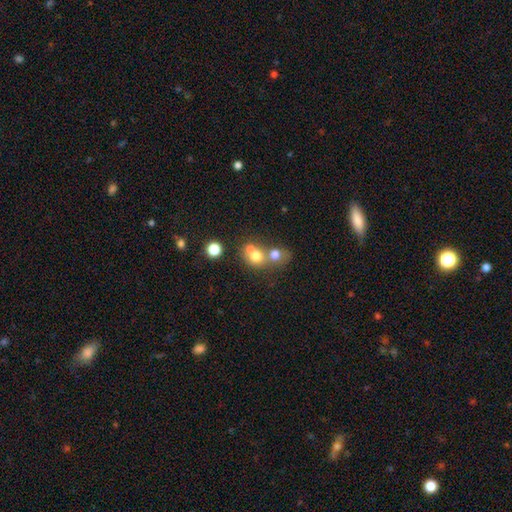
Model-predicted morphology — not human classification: Q: Smooth or featured?
A: smooth (69%); runner-up: featured or disk (17%)
Q: How rounded?
A: round (74%); runner-up: in between (25%)
Q: Merging?
A: merger (57%); runner-up: none (33%)